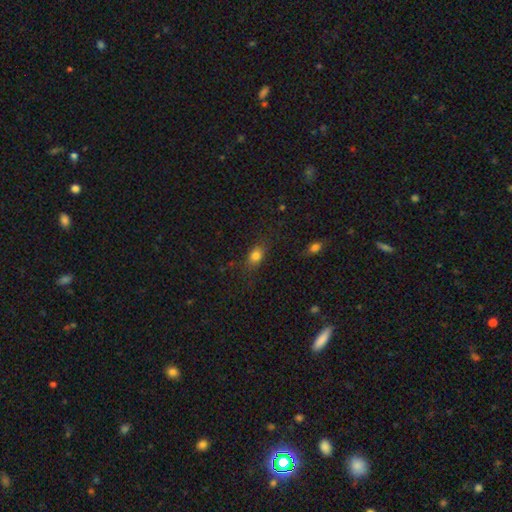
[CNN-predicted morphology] type=smooth (80%); roundness=in between (68%); merging=none (78%).